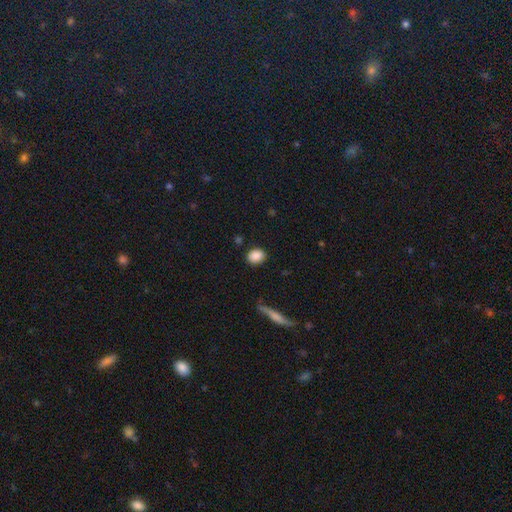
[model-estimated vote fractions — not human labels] A smooth galaxy with no disk features (88%) that is round (56%). Merging: none (86%).